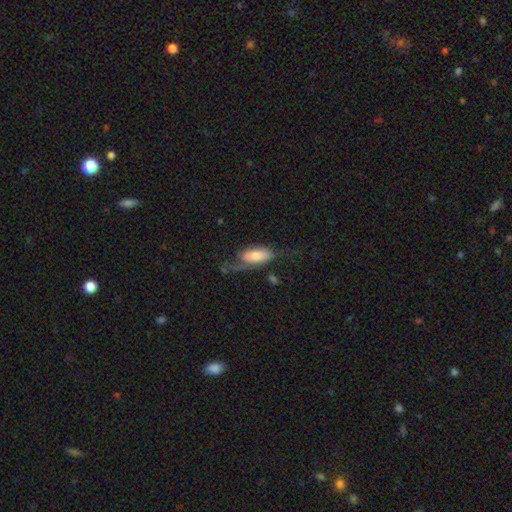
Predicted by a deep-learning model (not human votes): Smooth or featured? Predicted: smooth (p=0.57). How rounded? Predicted: in between (p=0.82). Merging? Predicted: none (p=0.39).